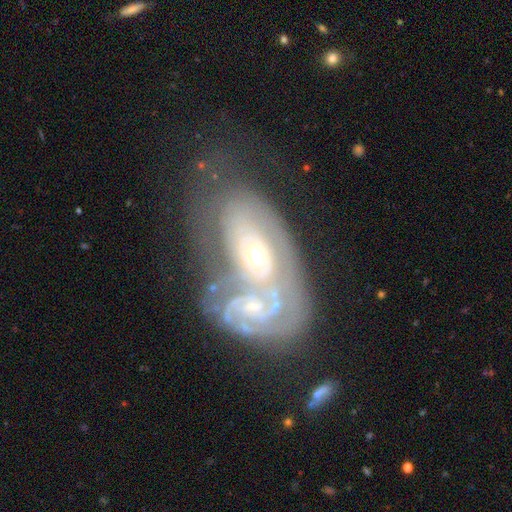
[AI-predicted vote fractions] The model was most divided on "bulge size": small: 47%, moderate: 46%, large: 3%, none: 2%, dominant: 1%. Remaining: edge-on disk — no (95%); spiral arms — yes (83%); smooth or featured — featured or disk (79%); bar — no (76%); spiral winding — tight (68%); merging — merger (64%); spiral arm count — can't tell (44%).